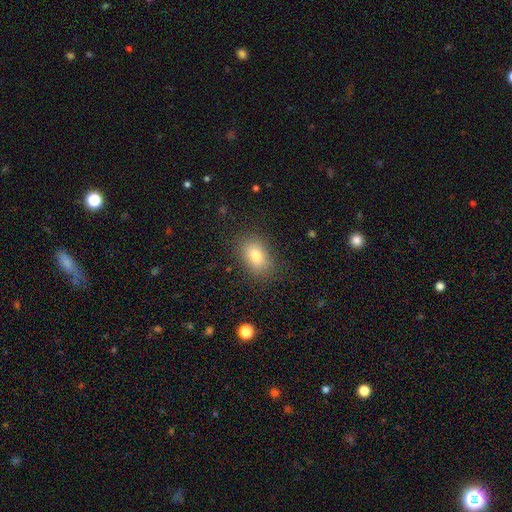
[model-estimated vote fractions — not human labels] This appears to be a smooth galaxy with no disk features (80%) that is in between round and cigar-shaped (81%). Merging: none (82%).